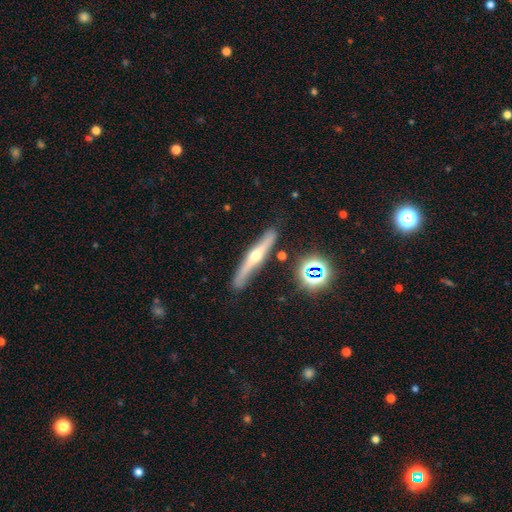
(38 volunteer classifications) featured or disk 82%, smooth 13%, star or artifact 5%. Down the decision tree: edge-on disk — yes (100%); edge-on bulge — rounded (90%); merging — none (89%).